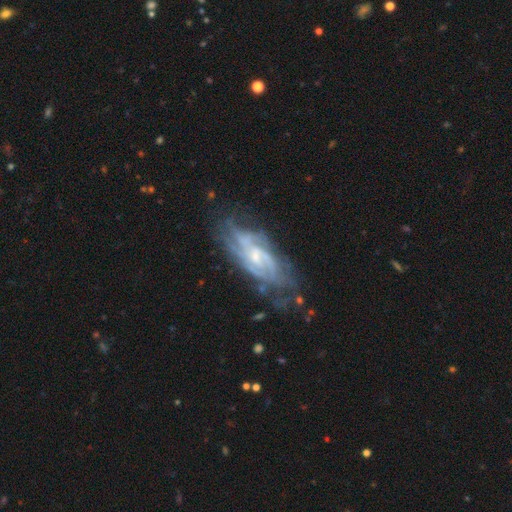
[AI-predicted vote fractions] This is clearly a featured or disk galaxy (82%). It is clearly not viewed edge-on (90%). Bar: possibly no (48%). Spiral arm pattern: clearly yes (89%). Spiral arm count: marginally can't tell (43%). Spiral winding: possibly tight (50%). Central bulge: possibly small (55%). Merging: likely none (62%).